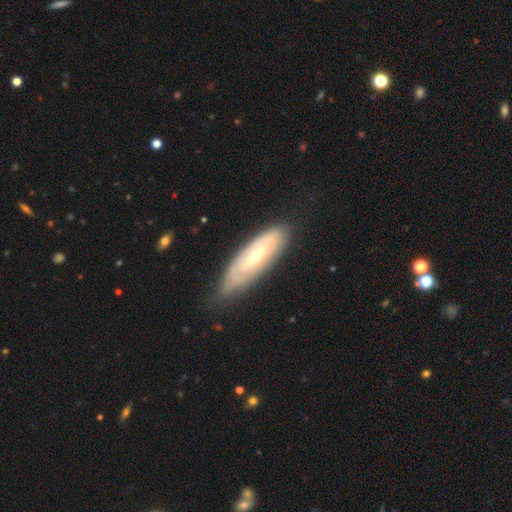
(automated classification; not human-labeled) Morphology: type=featured or disk (74%); edge-on=no (80%); bar=weak (40%); spiral arms=yes (72%); bulge=small (55%); merging=none (73%).